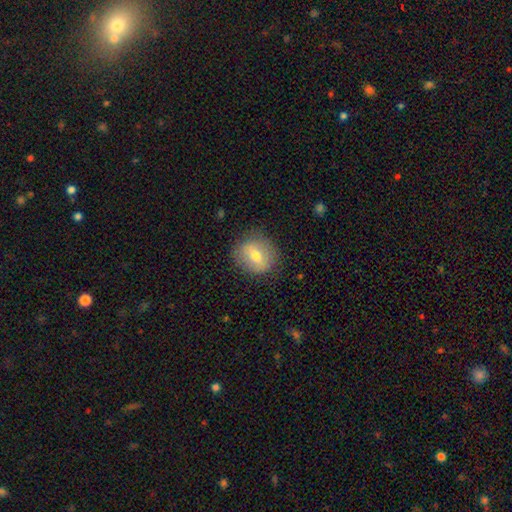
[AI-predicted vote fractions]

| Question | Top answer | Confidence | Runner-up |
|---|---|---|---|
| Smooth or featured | smooth | 63% | featured or disk (28%) |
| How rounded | round | 76% | in between (23%) |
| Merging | none | 81% | minor disturbance (14%) |